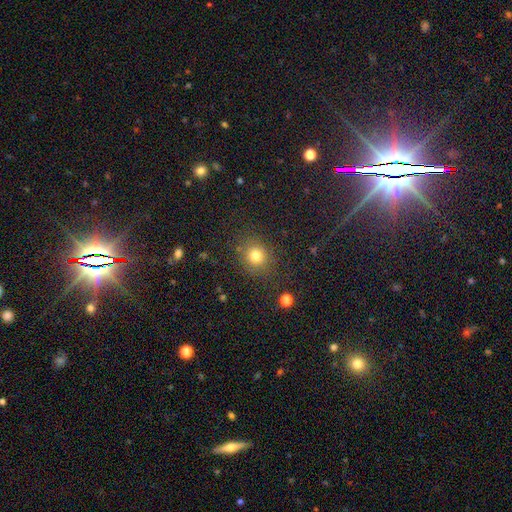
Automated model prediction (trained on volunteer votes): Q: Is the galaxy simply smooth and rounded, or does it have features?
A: smooth — 78%.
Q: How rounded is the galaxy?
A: round — 84%.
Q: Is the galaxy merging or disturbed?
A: none — 84%.